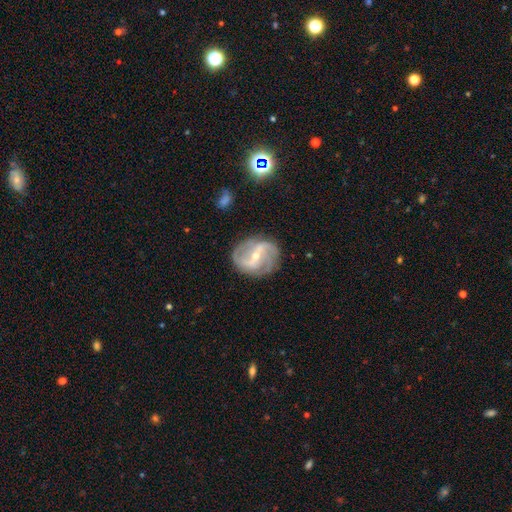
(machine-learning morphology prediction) Smooth or featured? featured or disk (86%)
Edge-on disk? no (97%)
Bar? strong (45%)
Spiral arms? yes (94%)
Spiral winding? medium (44%)
Spiral arm count? 2 (69%)
Bulge size? small (58%)
Merging? none (76%)